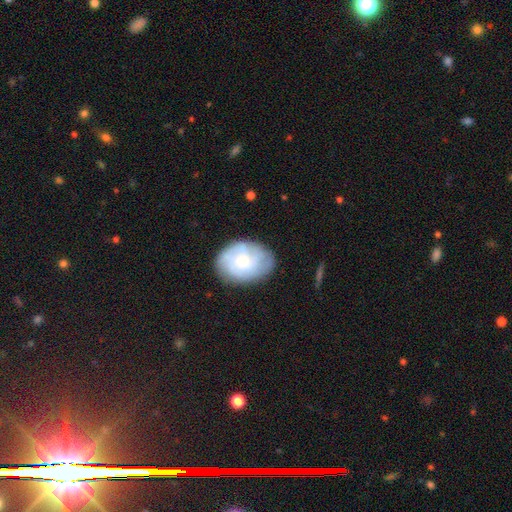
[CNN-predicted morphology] Smooth or featured? smooth (46%, tied with featured or disk)
Merging? none (77%)